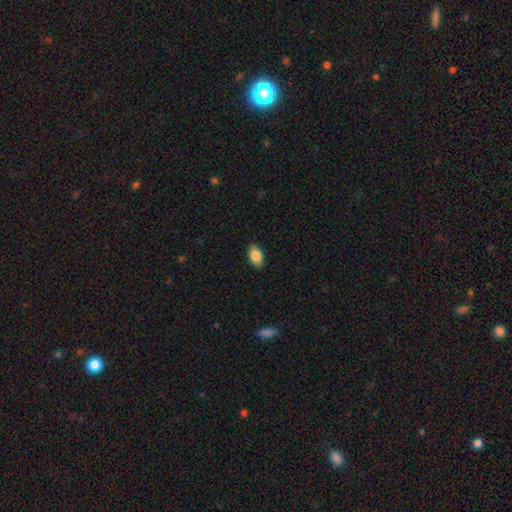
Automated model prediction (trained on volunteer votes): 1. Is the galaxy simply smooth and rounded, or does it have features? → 86% smooth, 7% featured or disk, 7% star or artifact.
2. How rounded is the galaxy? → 92% in between, 6% round, 2% cigar-shaped.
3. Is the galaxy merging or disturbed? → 88% none, 9% minor disturbance, 2% major disturbance, 1% merger.